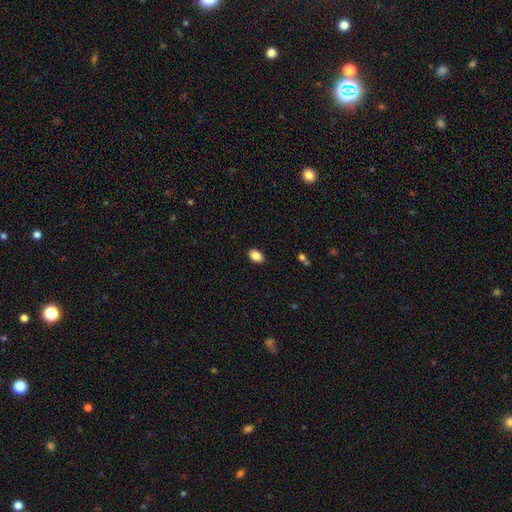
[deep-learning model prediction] Smooth or featured?
  - smooth: 87% *
  - star or artifact: 8%
  - featured or disk: 4%
How rounded?
  - in between: 84% *
  - round: 15%
  - cigar-shaped: 1%
Merging?
  - none: 88% *
  - minor disturbance: 9%
  - major disturbance: 2%
  - merger: 1%